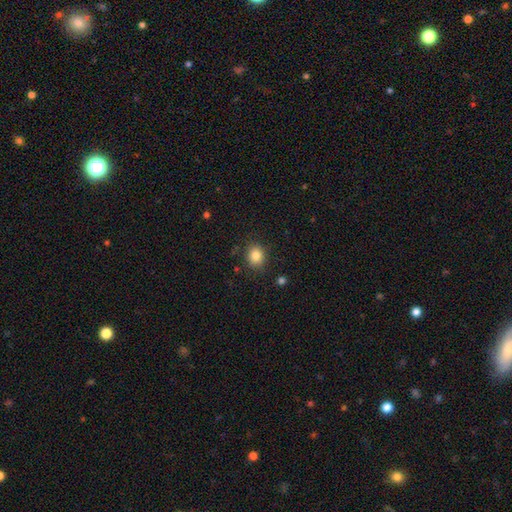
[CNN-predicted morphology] smooth-or-featured: smooth: 83% | star or artifact: 11% | featured or disk: 6%
  how-rounded: round: 69% | in between: 30% | cigar-shaped: 1%
  merging: none: 86% | minor disturbance: 9% | major disturbance: 3% | merger: 2%